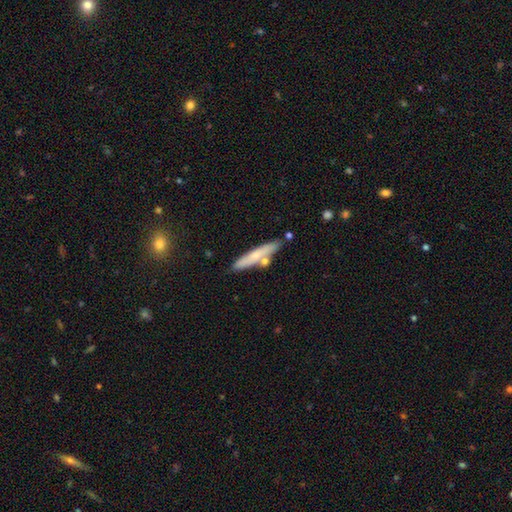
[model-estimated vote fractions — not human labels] smooth_or_featured: smooth (p=0.58) [alt: featured or disk p=0.36]
how_rounded: cigar-shaped (p=0.89) [alt: in between p=0.09]
merging: none (p=0.74) [alt: minor disturbance p=0.13]